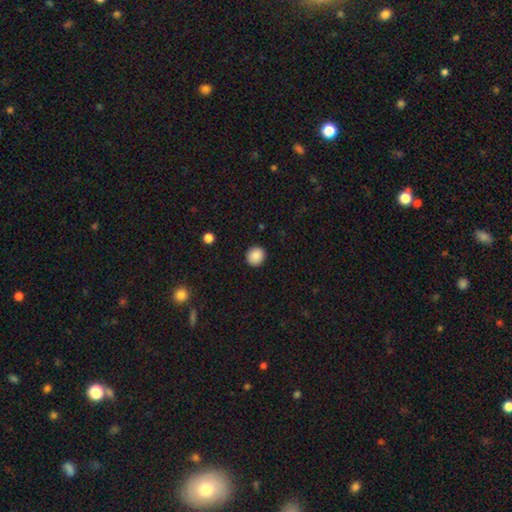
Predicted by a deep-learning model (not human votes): smooth 88%, star or artifact 9%, featured or disk 3%. Down the decision tree: how rounded — round (84%); merging — none (91%).